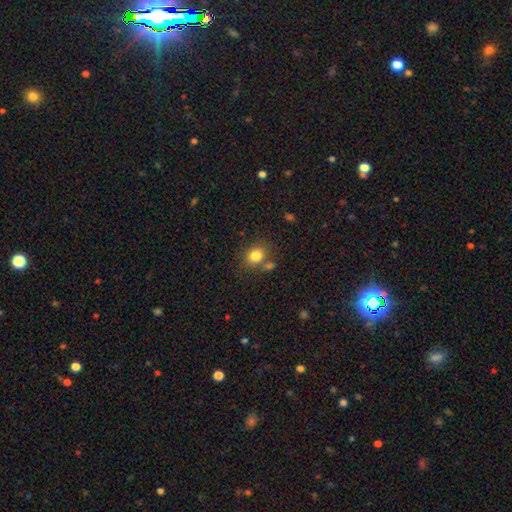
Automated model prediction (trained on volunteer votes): Smooth or featured: smooth — 82% (star or artifact — 11%)
How rounded: round — 57% (in between — 42%)
Merging: none — 67% (merger — 15%)